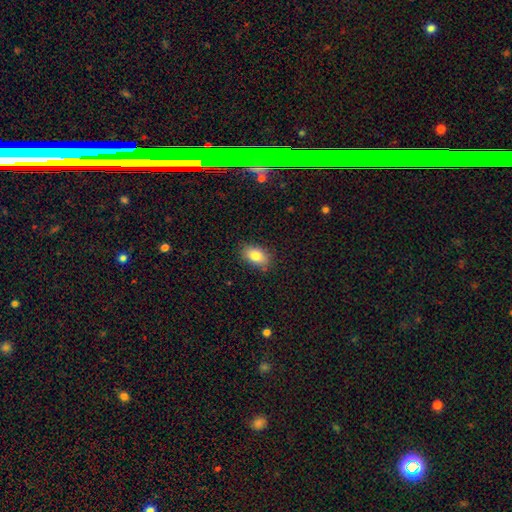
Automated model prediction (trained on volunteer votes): Smooth or featured?
  - smooth: 84% *
  - featured or disk: 8%
  - star or artifact: 8%
How rounded?
  - in between: 90% *
  - round: 8%
  - cigar-shaped: 2%
Merging?
  - none: 84% *
  - minor disturbance: 12%
  - major disturbance: 3%
  - merger: 1%